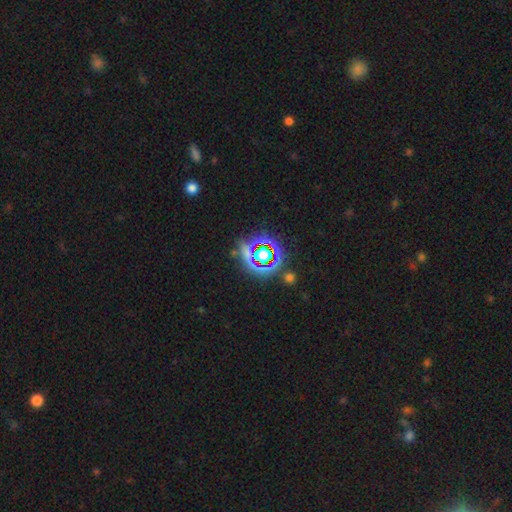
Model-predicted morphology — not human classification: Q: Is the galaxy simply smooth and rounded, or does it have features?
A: star or artifact — 69%.